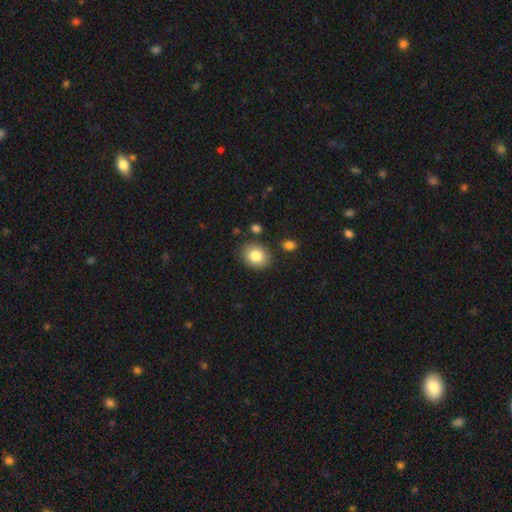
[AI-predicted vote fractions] A smooth galaxy with no disk features (83%) that is in between round and cigar-shaped (50%).

Vote fractions:
- Smooth or featured? smooth: 83% / featured or disk: 9% / star or artifact: 8%
- How rounded? in between: 50% / round: 49% / cigar-shaped: 1%
- Merging? none: 83% / minor disturbance: 11% / merger: 3% / major disturbance: 3%